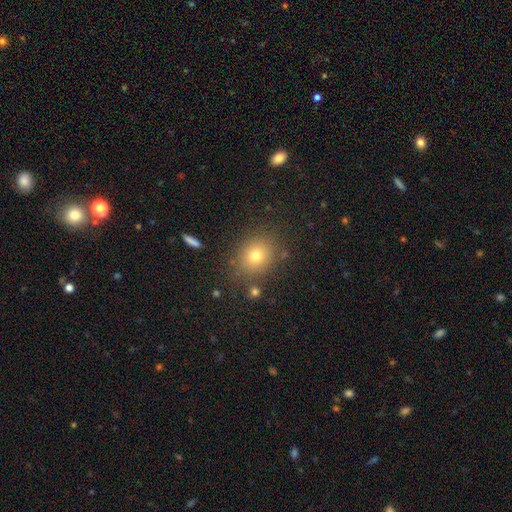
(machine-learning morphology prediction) type=smooth (74%); roundness=round (65%); merging=none (83%).